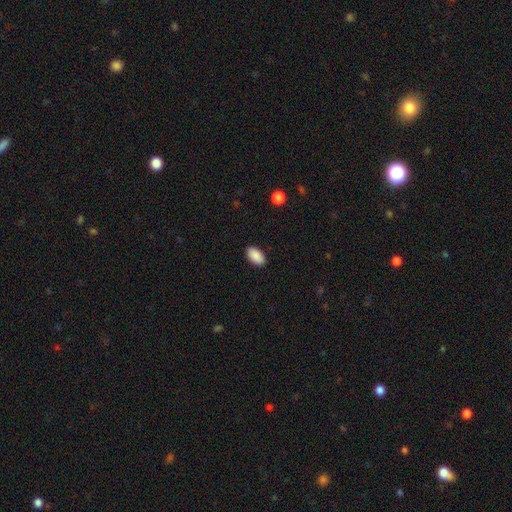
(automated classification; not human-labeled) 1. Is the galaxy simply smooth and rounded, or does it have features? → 90% smooth, 7% star or artifact, 3% featured or disk.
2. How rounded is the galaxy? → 94% in between, 4% round, 2% cigar-shaped.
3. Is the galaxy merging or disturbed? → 89% none, 8% minor disturbance, 2% major disturbance, 1% merger.